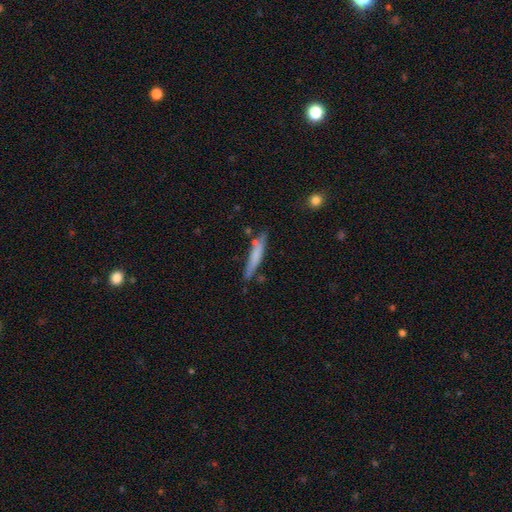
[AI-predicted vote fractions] This appears to be a smooth galaxy with no disk features (65%) that is cigar-shaped (92%). Merging: none (72%).